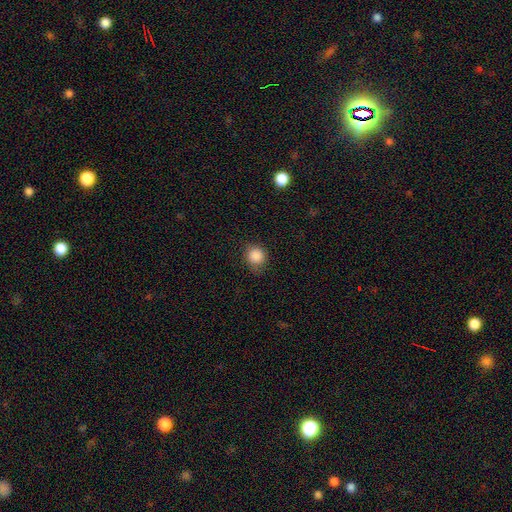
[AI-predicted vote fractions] This appears to be a smooth galaxy with no disk features (87%) that is round (78%). Merging: none (75%).